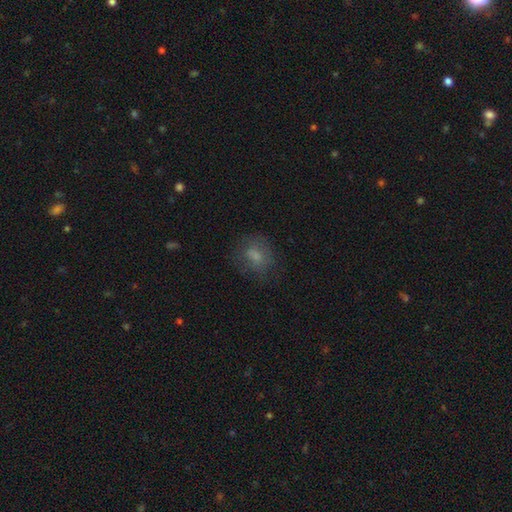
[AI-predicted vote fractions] Smooth or featured: smooth — 67% (featured or disk — 20%)
How rounded: round — 50% (in between — 47%)
Merging: none — 68% (minor disturbance — 18%)